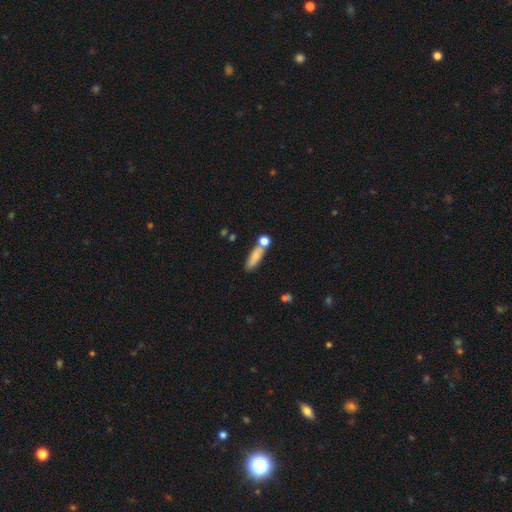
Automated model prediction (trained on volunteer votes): Smooth or featured?
  - smooth: 78% *
  - featured or disk: 14%
  - star or artifact: 9%
How rounded?
  - cigar-shaped: 48% *
  - in between: 47%
  - round: 5%
Merging?
  - none: 59% *
  - merger: 20%
  - minor disturbance: 15%
  - major disturbance: 5%